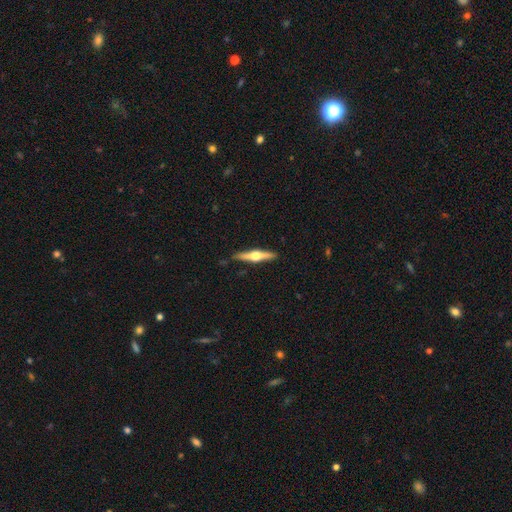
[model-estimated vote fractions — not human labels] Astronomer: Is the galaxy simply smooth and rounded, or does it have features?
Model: featured or disk — 69%.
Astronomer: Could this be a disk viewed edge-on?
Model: yes — 97%.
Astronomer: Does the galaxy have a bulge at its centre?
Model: rounded — 95%.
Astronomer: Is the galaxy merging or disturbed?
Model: none — 88%.